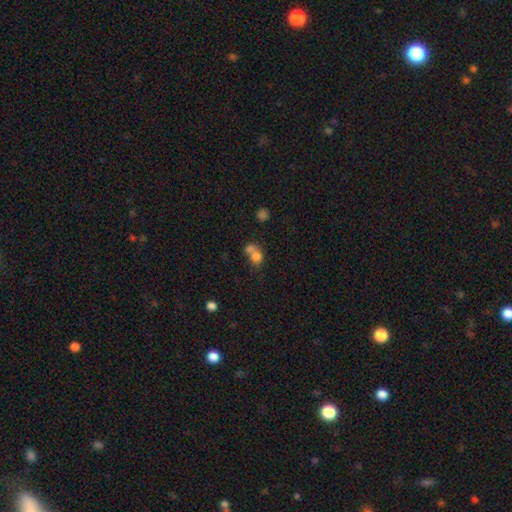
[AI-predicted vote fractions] Smooth or featured? smooth (75%)
How rounded? round (69%)
Merging? merger (57%)